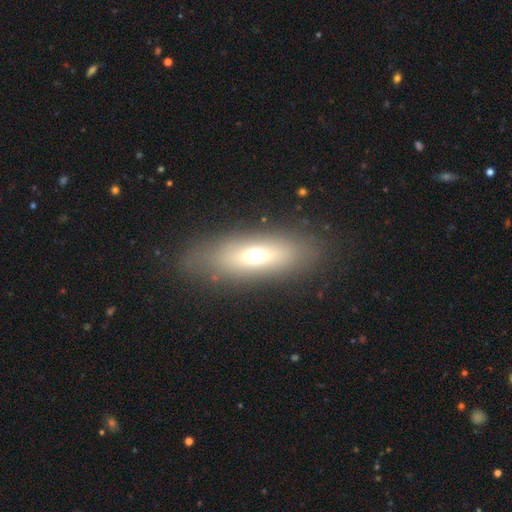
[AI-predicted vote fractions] Q: Smooth or featured?
A: smooth (58%); runner-up: featured or disk (30%)
Q: How rounded?
A: in between (63%); runner-up: cigar-shaped (32%)
Q: Merging?
A: none (81%); runner-up: minor disturbance (11%)